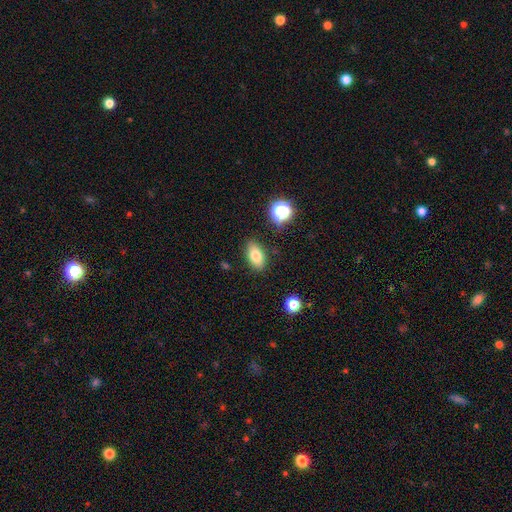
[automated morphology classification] Q: Smooth or featured?
A: smooth (80%); runner-up: featured or disk (10%)
Q: How rounded?
A: in between (89%); runner-up: round (7%)
Q: Merging?
A: none (85%); runner-up: minor disturbance (11%)